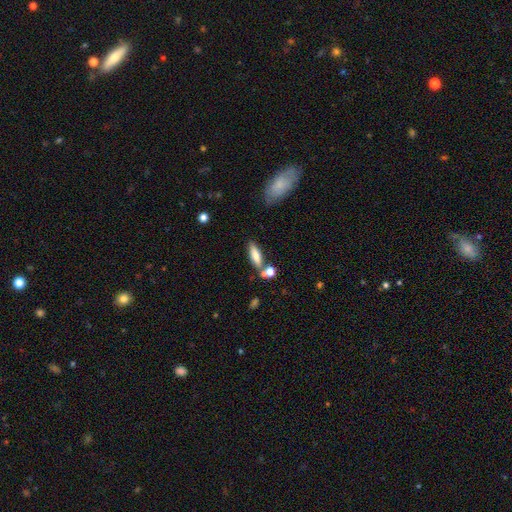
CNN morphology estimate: This is likely a smooth galaxy (70%). How rounded: possibly cigar-shaped (51%). Merging: likely none (67%).